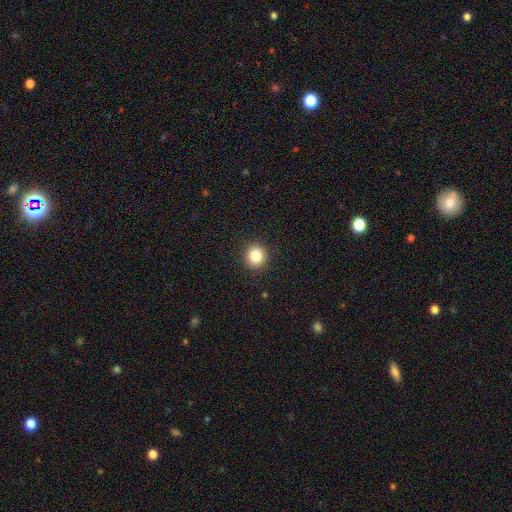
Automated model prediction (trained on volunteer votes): smooth 84%, star or artifact 11%, featured or disk 5%. Down the decision tree: how rounded — round (92%); merging — none (92%).